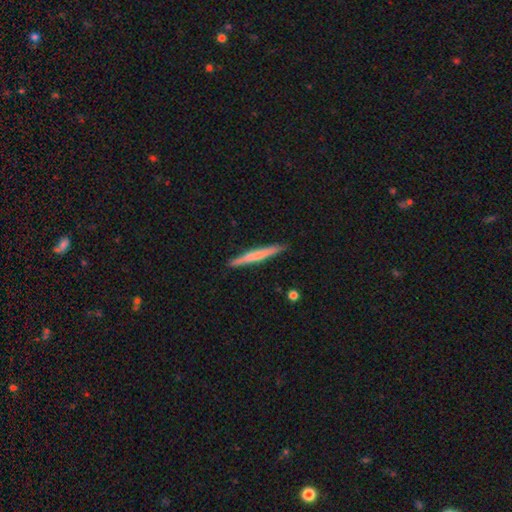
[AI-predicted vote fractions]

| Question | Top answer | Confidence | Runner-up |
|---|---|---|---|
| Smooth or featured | smooth | 56% | featured or disk (39%) |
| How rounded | cigar-shaped | 96% | in between (2%) |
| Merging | none | 89% | minor disturbance (8%) |